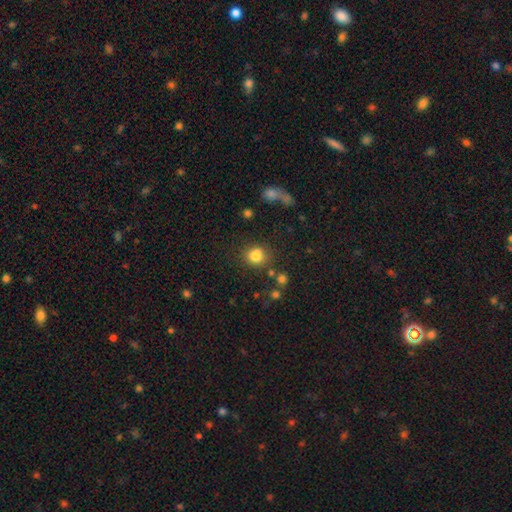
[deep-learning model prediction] A smooth galaxy with no disk features (82%) that is round (79%).

Vote fractions:
- Smooth or featured? smooth: 82% / star or artifact: 12% / featured or disk: 6%
- How rounded? round: 79% / in between: 20% / cigar-shaped: 1%
- Merging? none: 73% / minor disturbance: 13% / merger: 9% / major disturbance: 5%